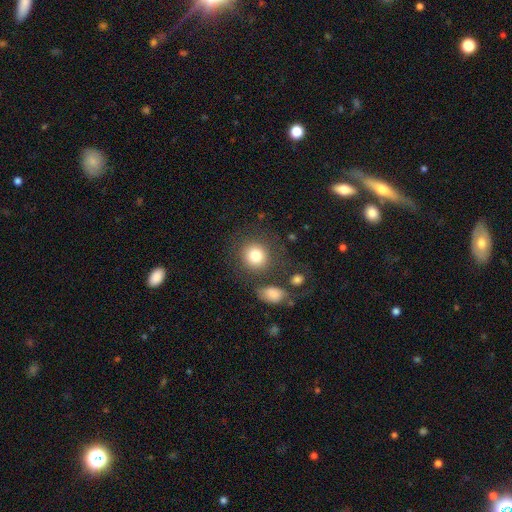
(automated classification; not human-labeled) This is clearly a smooth galaxy (82%). How rounded: clearly round (87%). Merging: likely none (76%).